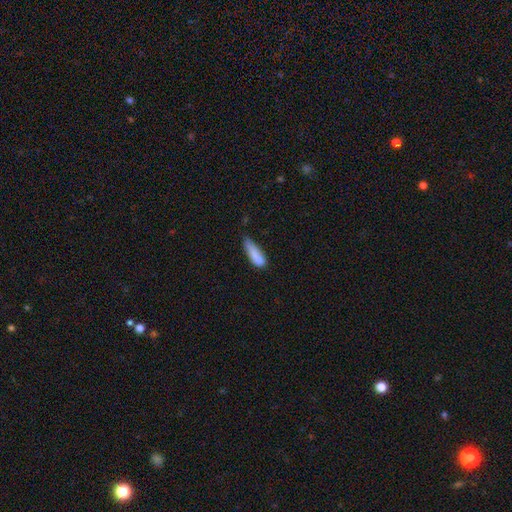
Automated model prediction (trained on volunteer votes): This is clearly a smooth galaxy (83%). How rounded: possibly cigar-shaped (58%). Merging: marginally none (42%, tied with minor disturbance).